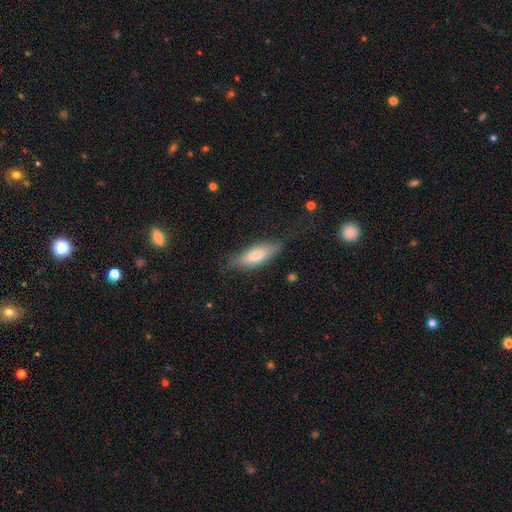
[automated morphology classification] The model was most divided on "how rounded": in between: 57%, cigar-shaped: 41%, round: 2%. More confident: merging — none (70%); smooth or featured — smooth (69%).